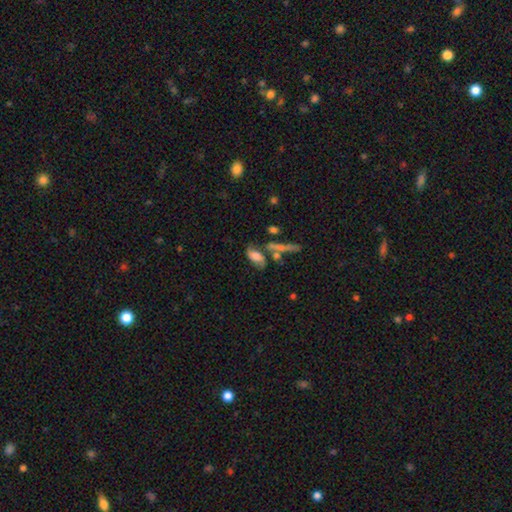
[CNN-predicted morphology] Overall: smooth (50%; featured or disk 40%). How rounded: in between (79%). Merging: none (47%; merger 21%).